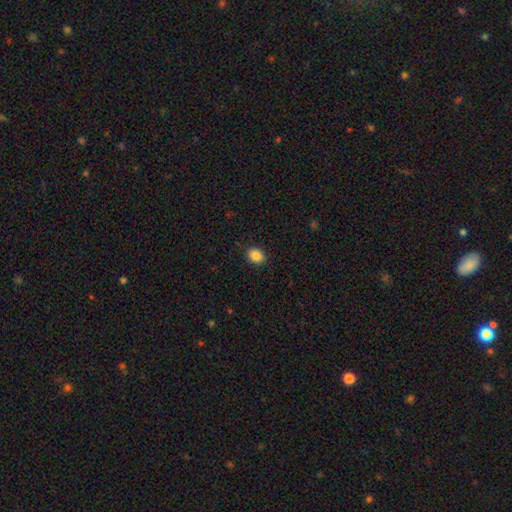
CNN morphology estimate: Smooth or featured? Predicted: smooth (p=0.87). How rounded? Predicted: round (p=0.55). Merging? Predicted: none (p=0.90).